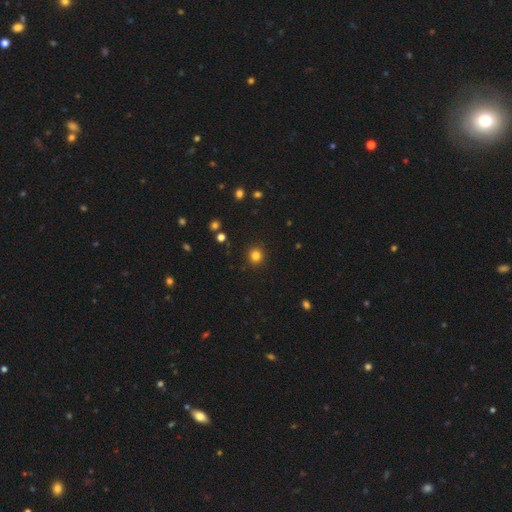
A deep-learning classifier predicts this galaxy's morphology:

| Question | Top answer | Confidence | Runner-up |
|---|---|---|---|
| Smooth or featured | smooth | 82% | star or artifact (13%) |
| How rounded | round | 90% | in between (9%) |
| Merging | none | 91% | minor disturbance (6%) |